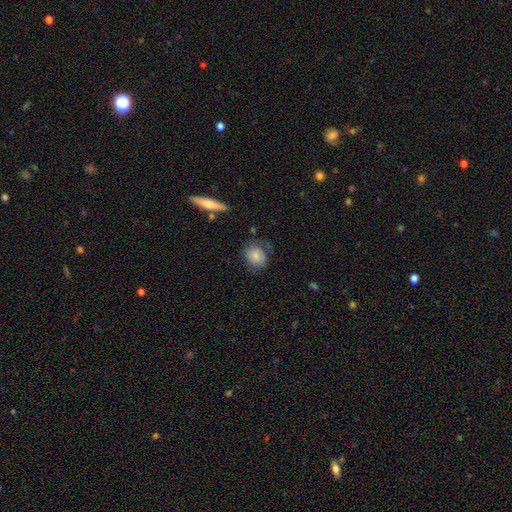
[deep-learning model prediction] smooth_or_featured: smooth (p=0.74) [alt: featured or disk p=0.18]
how_rounded: round (p=0.66) [alt: in between p=0.32]
merging: none (p=0.68) [alt: minor disturbance p=0.22]